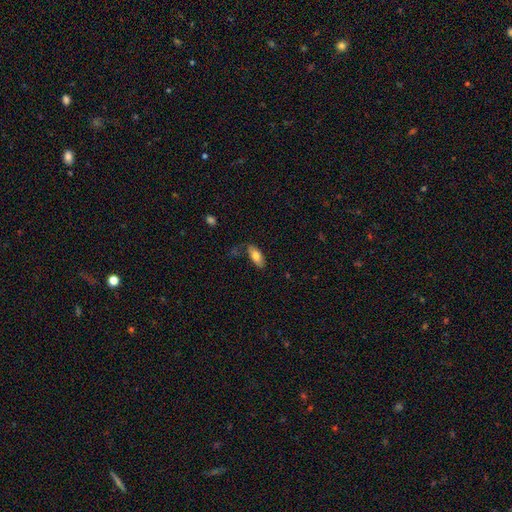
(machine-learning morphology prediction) A smooth galaxy with no disk features (76%) that is in between round and cigar-shaped (86%). Merging: none (70%).